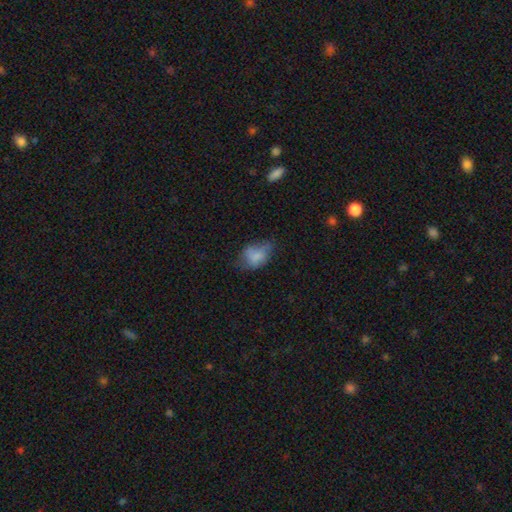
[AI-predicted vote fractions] The model was most divided on "merging": minor disturbance: 37%, none: 36%, major disturbance: 24%, merger: 3%. More confident: how rounded — in between (82%); smooth or featured — smooth (69%).